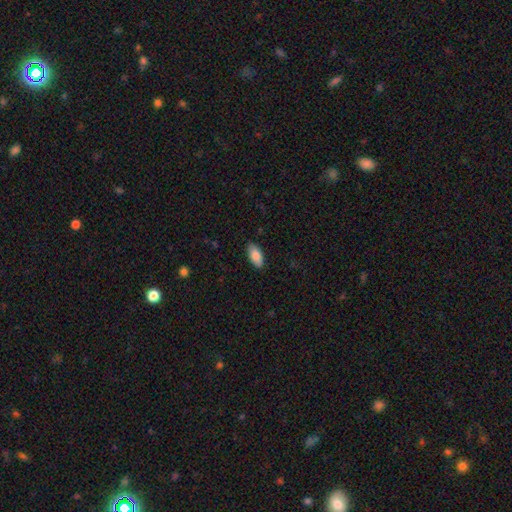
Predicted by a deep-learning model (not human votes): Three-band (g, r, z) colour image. It shows a smooth galaxy with no disk features (85%) that is in between round and cigar-shaped (92%). Merging: none (88%).